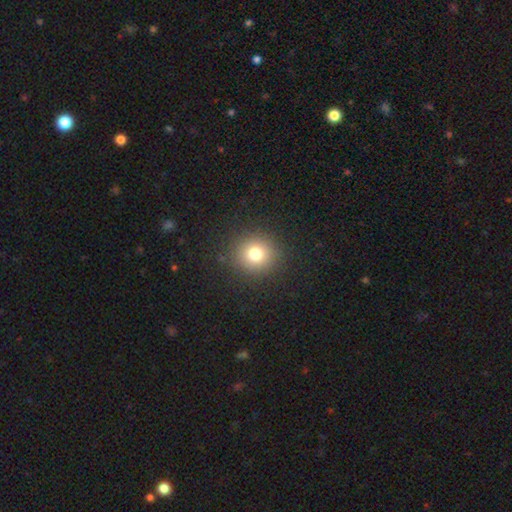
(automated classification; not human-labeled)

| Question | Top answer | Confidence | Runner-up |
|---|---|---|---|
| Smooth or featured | smooth | 78% | star or artifact (14%) |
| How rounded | round | 91% | in between (8%) |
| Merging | none | 91% | minor disturbance (5%) |